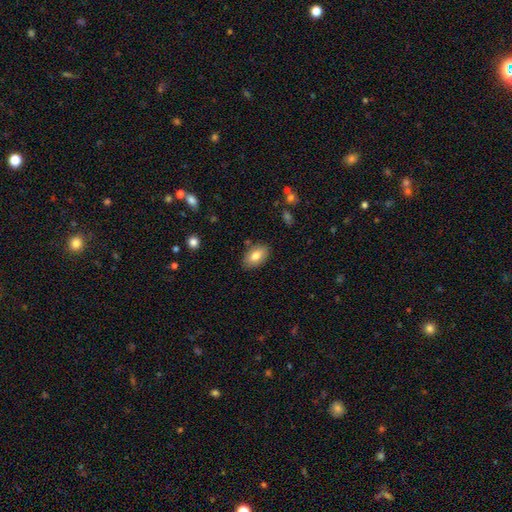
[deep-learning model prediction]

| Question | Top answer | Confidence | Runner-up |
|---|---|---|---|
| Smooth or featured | smooth | 80% | featured or disk (13%) |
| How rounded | in between | 93% | round (6%) |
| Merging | none | 84% | minor disturbance (12%) |